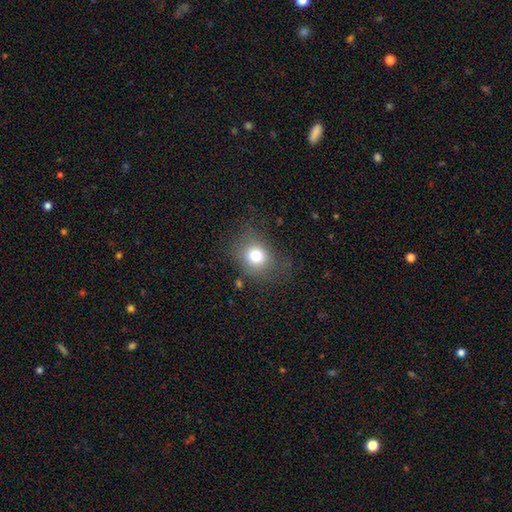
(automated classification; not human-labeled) The model was most divided on "how rounded": round: 69%, in between: 30%, cigar-shaped: 1%. More confident: smooth or featured — smooth (75%); merging — none (70%).